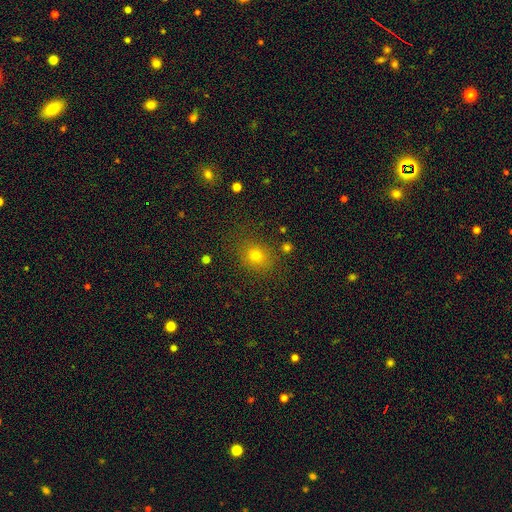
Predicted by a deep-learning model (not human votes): Overall: smooth (75%). How rounded: round (66%; in between 33%). Merging: none (81%).